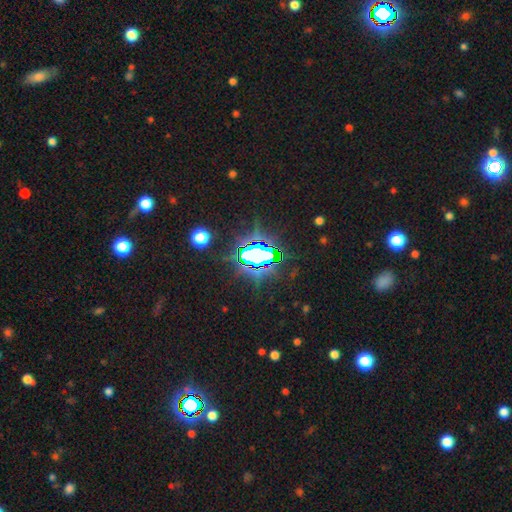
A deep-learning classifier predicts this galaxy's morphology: A star or artifact, not a galaxy (77%).

Vote fractions:
- Smooth or featured? star or artifact: 77% / smooth: 12% / featured or disk: 11%